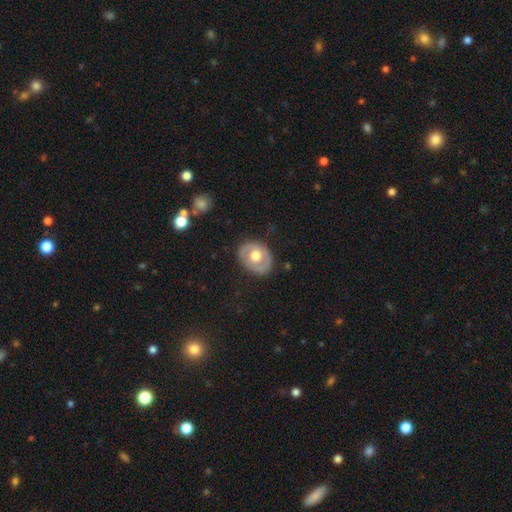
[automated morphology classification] A featured or disk galaxy (49%). Merging: none (79%).